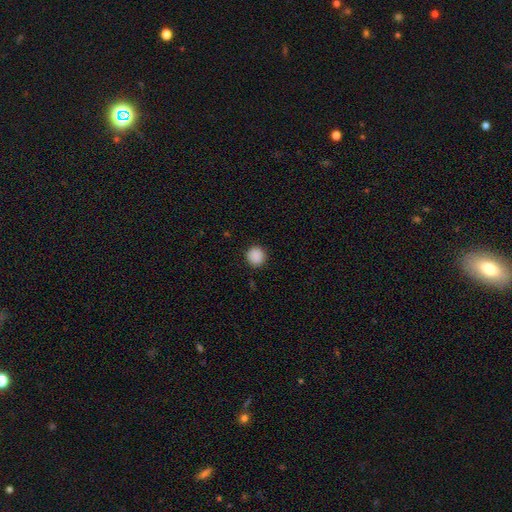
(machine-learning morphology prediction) A smooth galaxy with no disk features (89%) that is round (92%). Merging: none (90%).